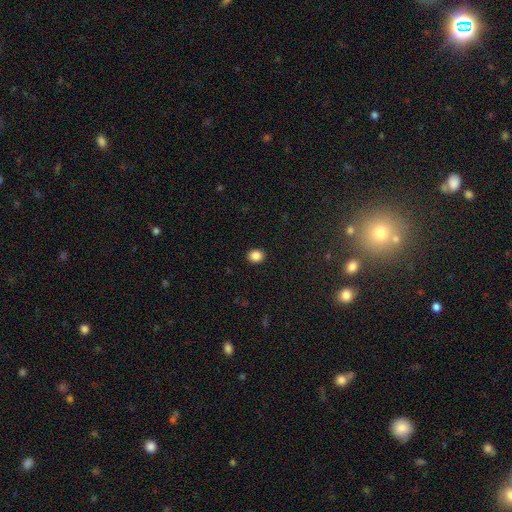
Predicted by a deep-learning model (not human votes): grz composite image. It shows a smooth galaxy with no disk features (87%) that is round (72%). Merging: none (92%).